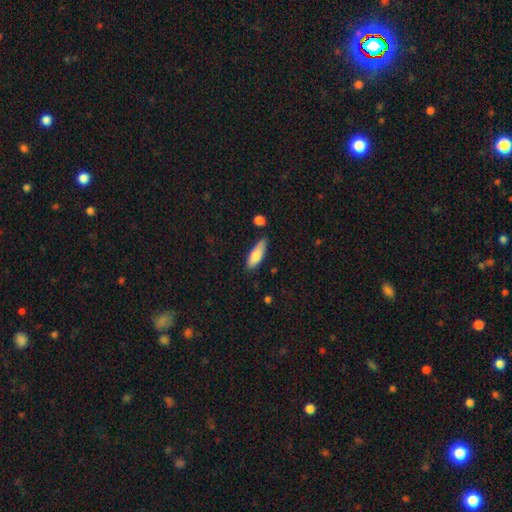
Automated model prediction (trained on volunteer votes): Smooth or featured? Predicted: smooth (p=0.80). How rounded? Predicted: in between (p=0.61). Merging? Predicted: none (p=0.66).